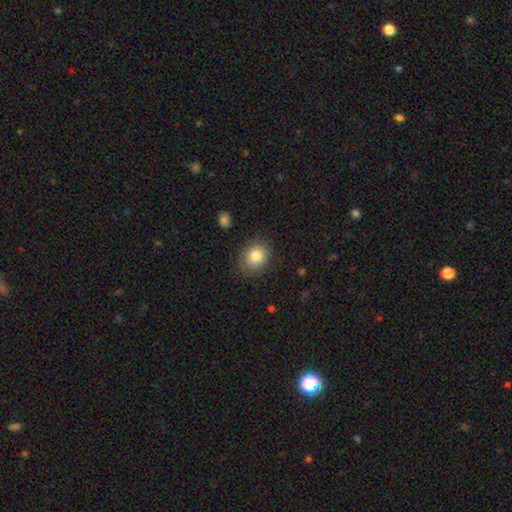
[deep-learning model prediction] Smooth or featured? smooth (83%)
How rounded? round (51%)
Merging? none (82%)